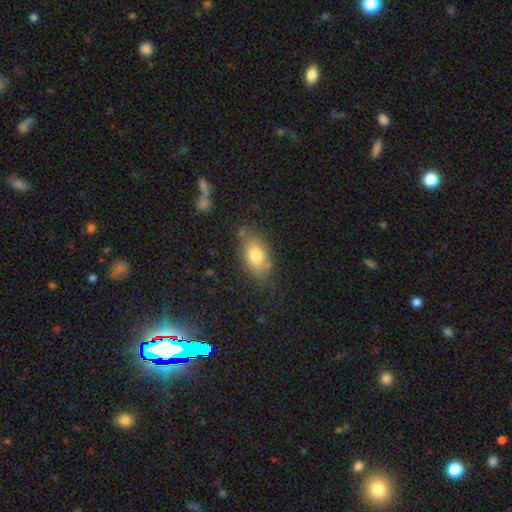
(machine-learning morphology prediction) smooth 76%, featured or disk 15%, star or artifact 8%. Down the decision tree: how rounded — in between (87%); merging — none (73%).